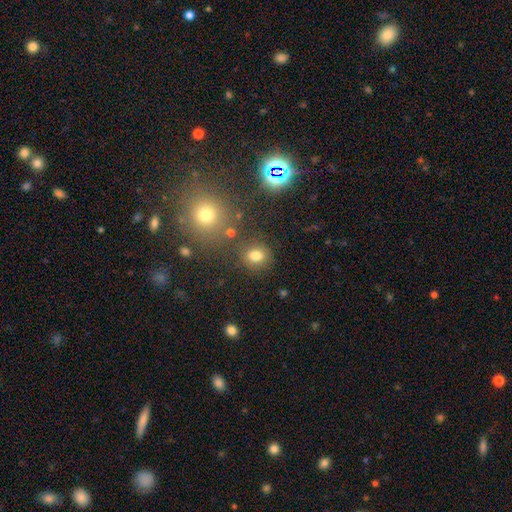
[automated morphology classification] A smooth galaxy with no disk features (77%) that is round (66%). Merging: none (78%).